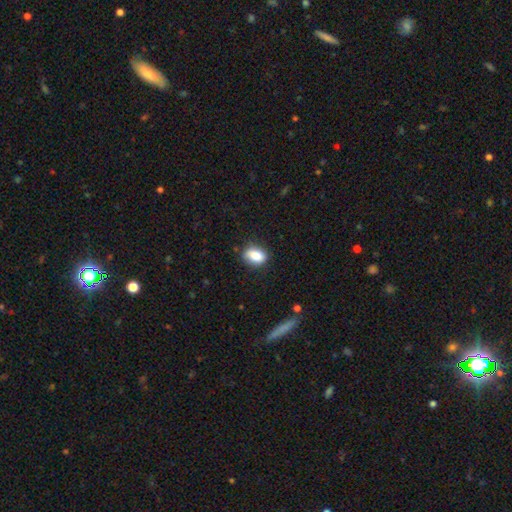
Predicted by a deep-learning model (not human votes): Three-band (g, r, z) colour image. It shows a smooth galaxy with no disk features (83%) that is in between round and cigar-shaped (78%). Merging: none (77%).